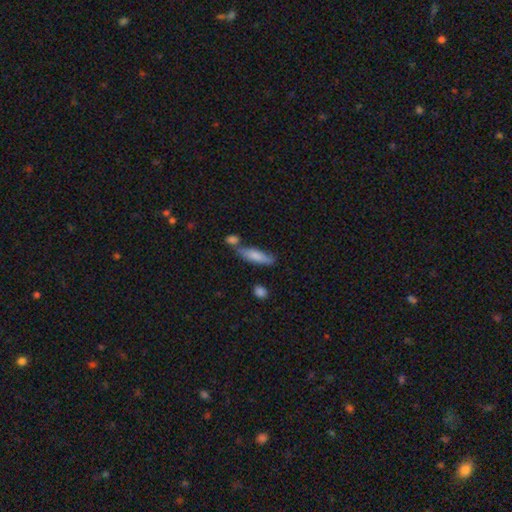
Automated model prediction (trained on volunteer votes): Smooth or featured?
  - smooth: 76% *
  - featured or disk: 18%
  - star or artifact: 6%
How rounded?
  - cigar-shaped: 62% *
  - in between: 35%
  - round: 2%
Merging?
  - none: 54% *
  - merger: 24%
  - minor disturbance: 17%
  - major disturbance: 5%